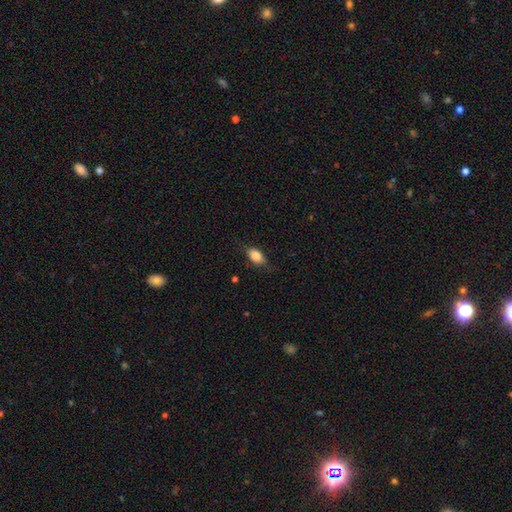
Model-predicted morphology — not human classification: A smooth galaxy with no disk features (84%) that is in between round and cigar-shaped (85%).

Vote fractions:
- Smooth or featured? smooth: 84% / featured or disk: 9% / star or artifact: 8%
- How rounded? in between: 85% / round: 11% / cigar-shaped: 4%
- Merging? none: 73% / minor disturbance: 20% / major disturbance: 5% / merger: 1%